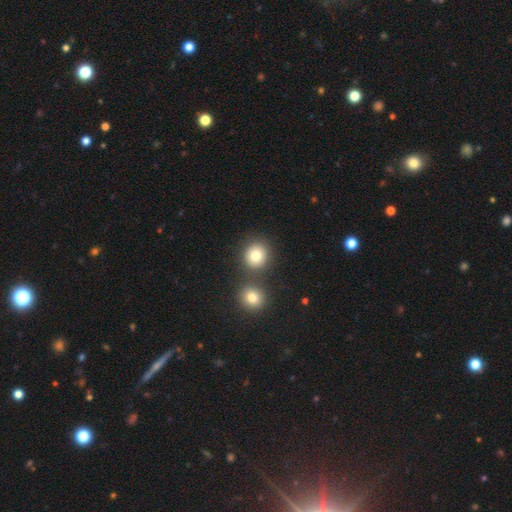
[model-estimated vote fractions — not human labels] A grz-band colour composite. It shows a smooth galaxy with no disk features (80%) that is round (84%). Merging: none (72%).